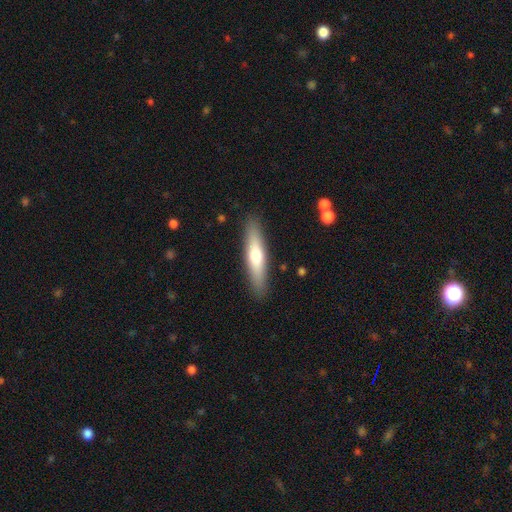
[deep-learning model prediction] Smooth or featured?
  - smooth: 59% *
  - featured or disk: 35%
  - star or artifact: 6%
How rounded?
  - cigar-shaped: 77% *
  - in between: 21%
  - round: 2%
Merging?
  - none: 89% *
  - minor disturbance: 8%
  - major disturbance: 2%
  - merger: 1%